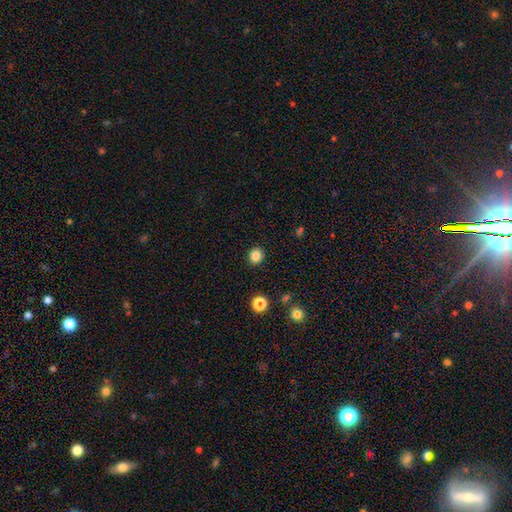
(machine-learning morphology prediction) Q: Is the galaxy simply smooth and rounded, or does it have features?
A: smooth — 85%.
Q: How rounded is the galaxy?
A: round — 75%.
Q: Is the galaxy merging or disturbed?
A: none — 90%.